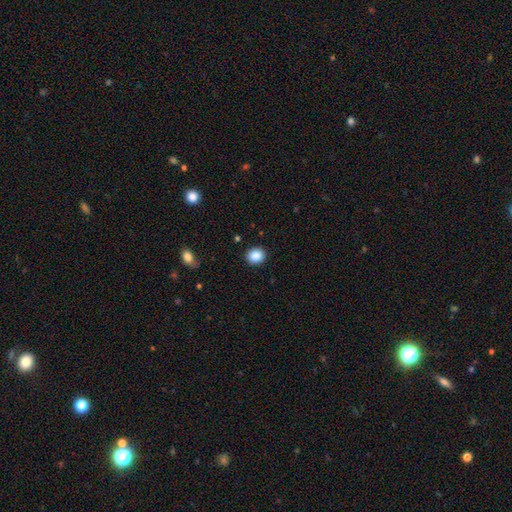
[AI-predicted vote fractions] A smooth galaxy with no disk features (87%) that is round (69%).

Vote fractions:
- Smooth or featured? smooth: 87% / star or artifact: 9% / featured or disk: 4%
- How rounded? round: 69% / in between: 30% / cigar-shaped: 1%
- Merging? none: 90% / minor disturbance: 7% / major disturbance: 2% / merger: 1%